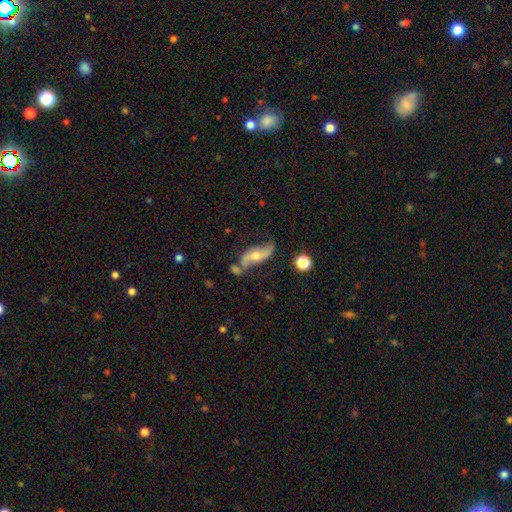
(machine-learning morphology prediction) featured or disk 74%, smooth 19%, star or artifact 7%. Down the decision tree: edge-on disk — no (88%); bar — no (53%); spiral arms — yes (90%); spiral arm count — 2 (90%); spiral winding — loose (83%); bulge size — moderate (59%); merging — none (54%).